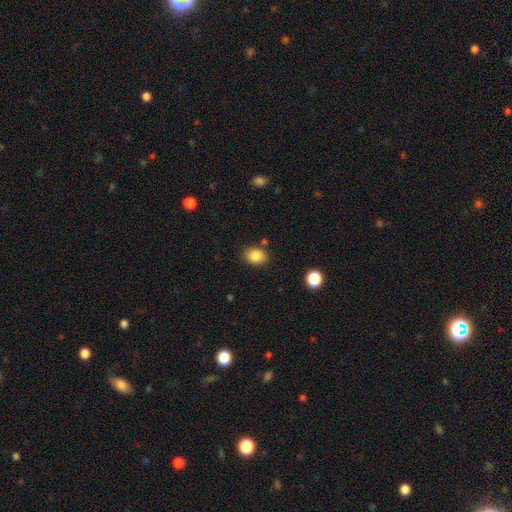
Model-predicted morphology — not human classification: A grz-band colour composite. It shows a smooth galaxy with no disk features (86%) that is in between round and cigar-shaped (54%). Merging: none (81%).